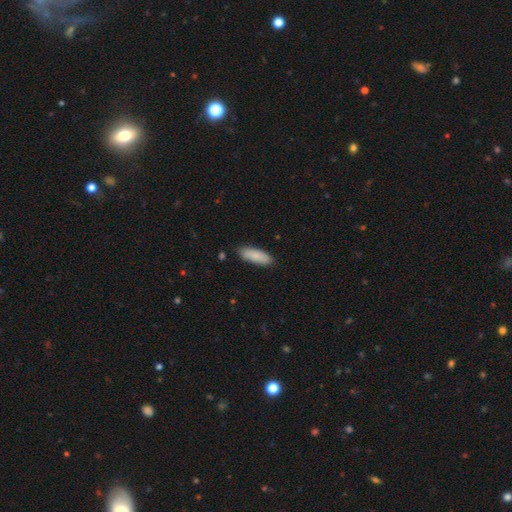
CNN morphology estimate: Smooth or featured: smooth — 86% (featured or disk — 9%)
How rounded: in between — 68% (cigar-shaped — 31%)
Merging: none — 85% (minor disturbance — 12%)